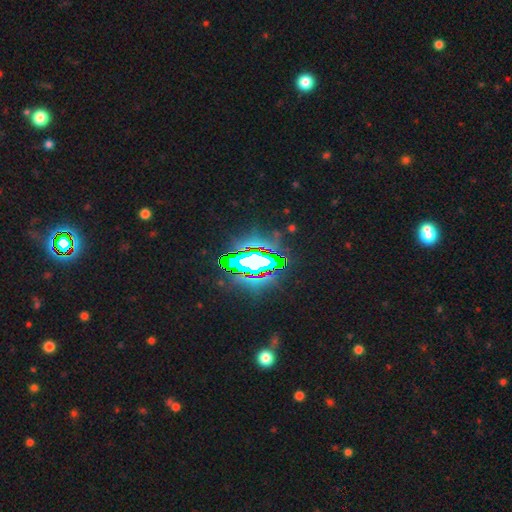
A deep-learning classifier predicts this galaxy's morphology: A star or artifact, not a galaxy (84%).